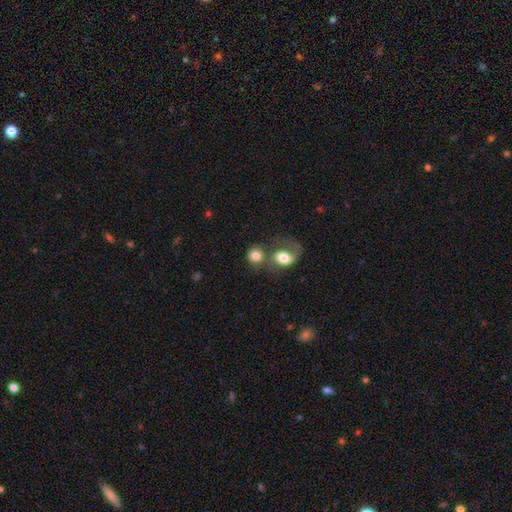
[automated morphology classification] This appears to be a smooth galaxy with no disk features (76%) that is round (78%). Merging: merger (48%).